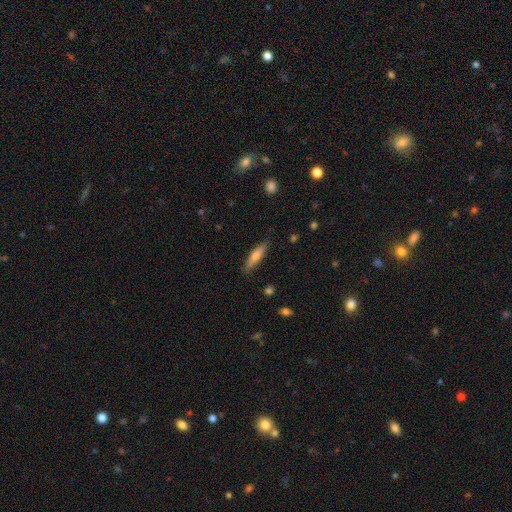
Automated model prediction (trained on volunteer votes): smooth-or-featured: smooth: 60% | featured or disk: 34% | star or artifact: 6%
  how-rounded: cigar-shaped: 76% | in between: 22% | round: 2%
  merging: none: 85% | minor disturbance: 11% | major disturbance: 2% | merger: 1%